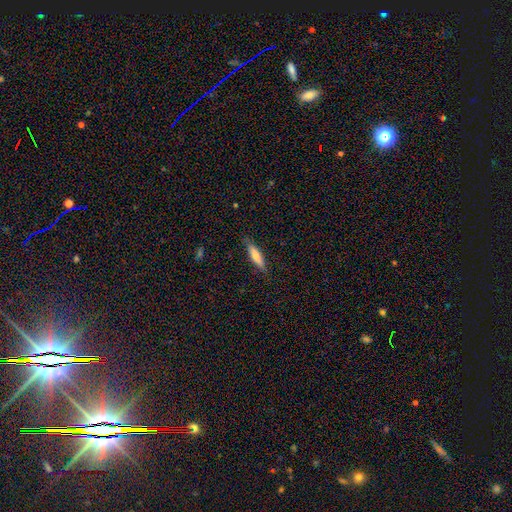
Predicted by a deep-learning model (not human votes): Smooth or featured? Predicted: smooth (p=0.67). How rounded? Predicted: cigar-shaped (p=0.75). Merging? Predicted: none (p=0.83).